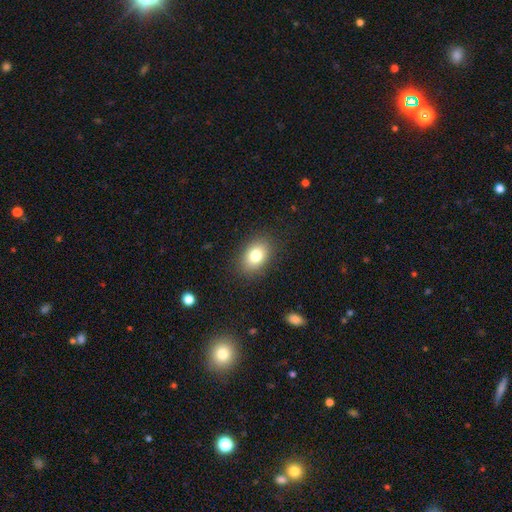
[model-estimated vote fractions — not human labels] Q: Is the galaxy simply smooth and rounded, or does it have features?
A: smooth — 79%.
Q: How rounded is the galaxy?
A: in between — 77%.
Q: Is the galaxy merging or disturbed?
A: none — 86%.